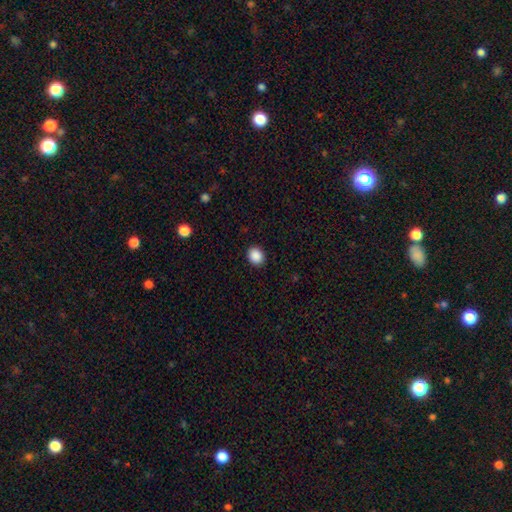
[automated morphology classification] Smooth or featured: smooth — 89% (star or artifact — 9%)
How rounded: round — 66% (in between — 33%)
Merging: none — 92% (minor disturbance — 6%)